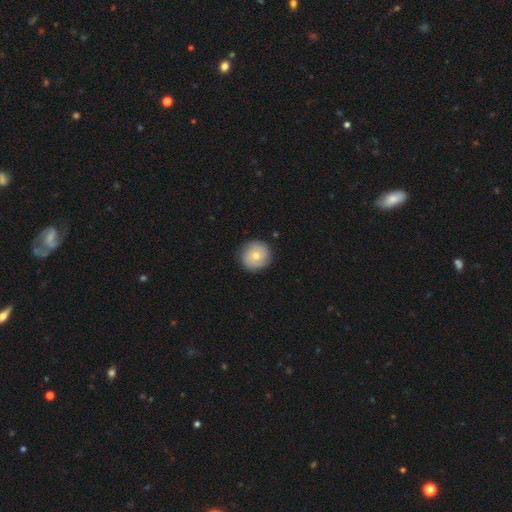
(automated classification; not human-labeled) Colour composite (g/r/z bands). It shows a smooth galaxy with no disk features (59%) that is round (93%). Merging: none (86%).